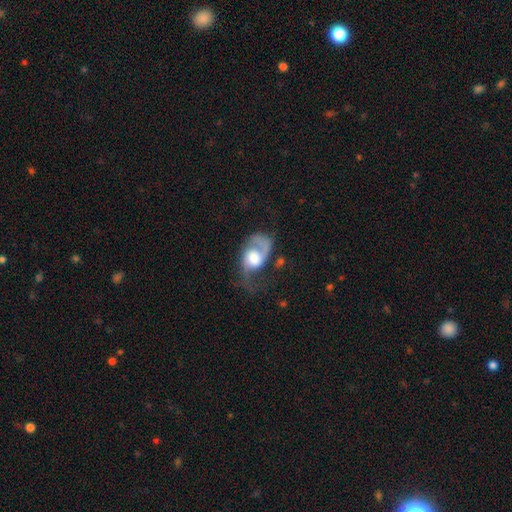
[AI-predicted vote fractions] smooth-or-featured: featured or disk: 77% | smooth: 17% | star or artifact: 6%
  disk-edge-on: no: 97% | yes: 3%
    bar: no: 65% | weak: 28% | strong: 6%
    has-spiral-arms: yes: 91% | no: 9%
      spiral-winding: loose: 42% | medium: 41% | tight: 17%
      spiral-arm-count: 2: 63% | 1: 29% | can't tell: 4% | 3: 1% | 4: 1% | more than 4: 1%
    bulge-size: large: 46% | moderate: 36% | small: 7% | dominant: 7% | none: 4%
  merging: none: 38% | major disturbance: 34% | minor disturbance: 24% | merger: 4%